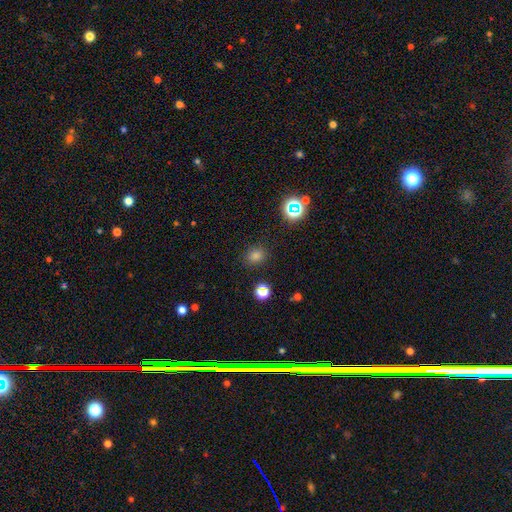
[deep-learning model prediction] The model was most divided on "how rounded": round: 71%, in between: 28%, cigar-shaped: 1%. More confident: merging — none (87%); smooth or featured — smooth (75%).